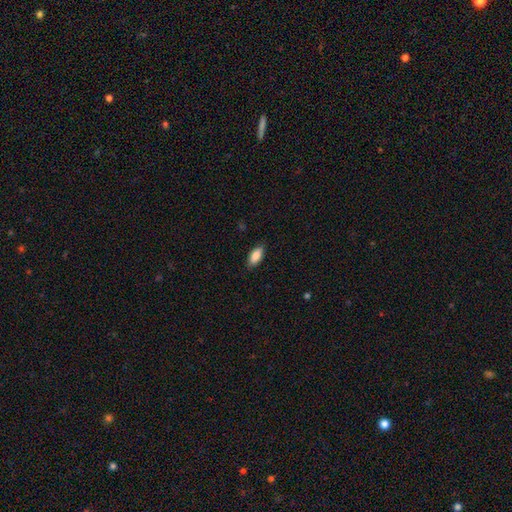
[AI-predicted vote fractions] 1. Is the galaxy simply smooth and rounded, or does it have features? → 87% smooth, 7% star or artifact, 6% featured or disk.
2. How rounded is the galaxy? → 88% in between, 9% cigar-shaped, 2% round.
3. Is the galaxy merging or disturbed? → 85% none, 11% minor disturbance, 2% major disturbance, 1% merger.